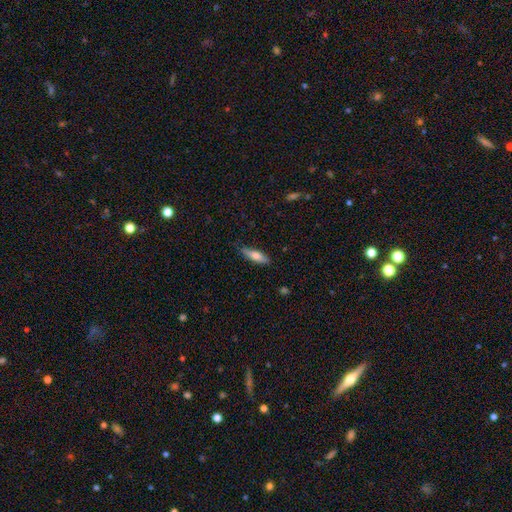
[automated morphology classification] smooth_or_featured: smooth (p=0.71) [alt: featured or disk p=0.23]
how_rounded: cigar-shaped (p=0.60) [alt: in between p=0.38]
merging: none (p=0.83) [alt: minor disturbance p=0.14]